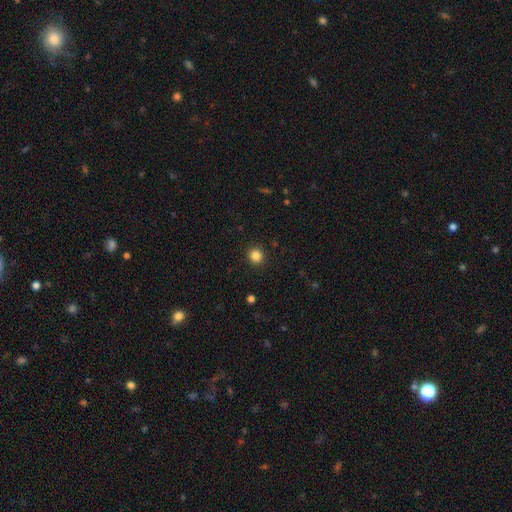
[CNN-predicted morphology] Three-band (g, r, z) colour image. It shows a smooth galaxy with no disk features (85%) that is round (90%). Merging: none (92%).